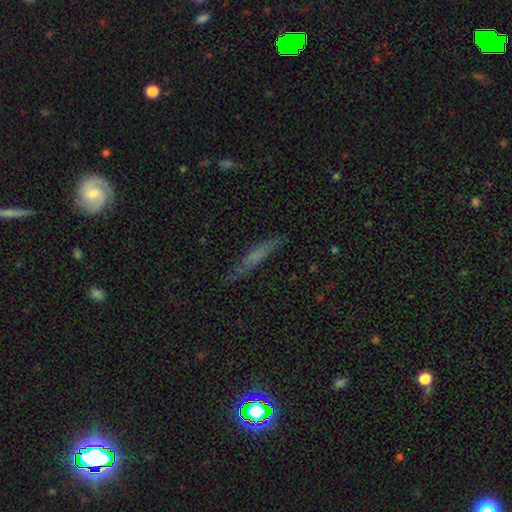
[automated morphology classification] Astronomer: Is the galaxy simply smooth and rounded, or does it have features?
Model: smooth — 47% (runner-up: featured or disk, 42%).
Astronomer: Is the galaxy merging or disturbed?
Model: none — 78%.